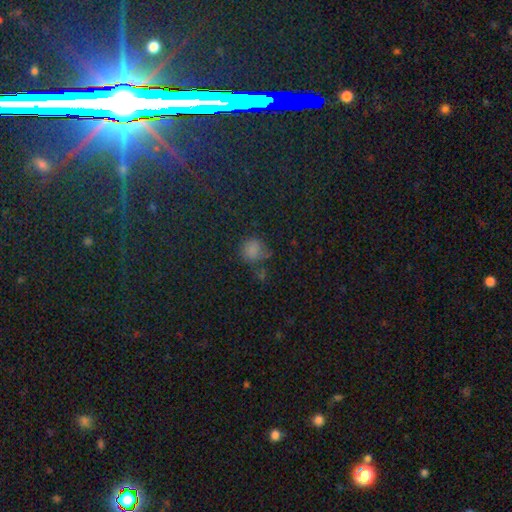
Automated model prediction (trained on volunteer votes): Overall: smooth (52%; star or artifact 39%). How rounded: round (87%). Merging: none (71%).